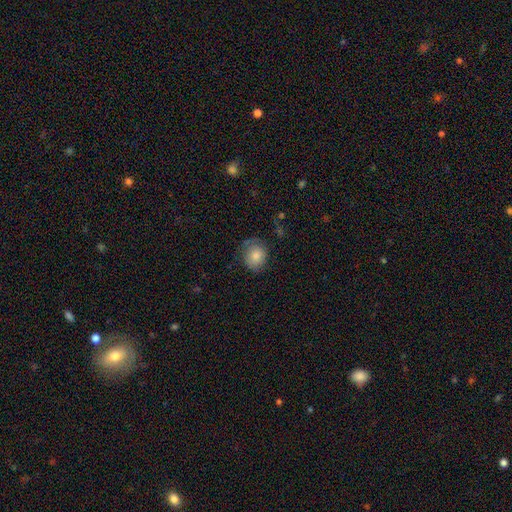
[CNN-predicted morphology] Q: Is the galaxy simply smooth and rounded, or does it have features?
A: smooth — 81%.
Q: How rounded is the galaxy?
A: round — 75%.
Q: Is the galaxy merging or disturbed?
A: none — 69%.